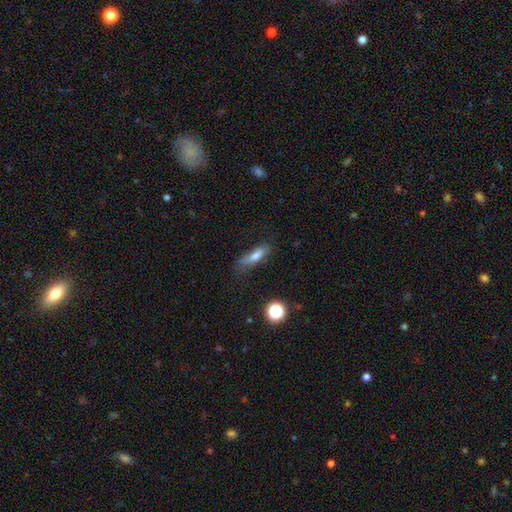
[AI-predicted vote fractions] Smooth or featured: smooth — 69% (featured or disk — 21%)
How rounded: cigar-shaped — 57% (in between — 40%)
Merging: none — 59% (minor disturbance — 27%)